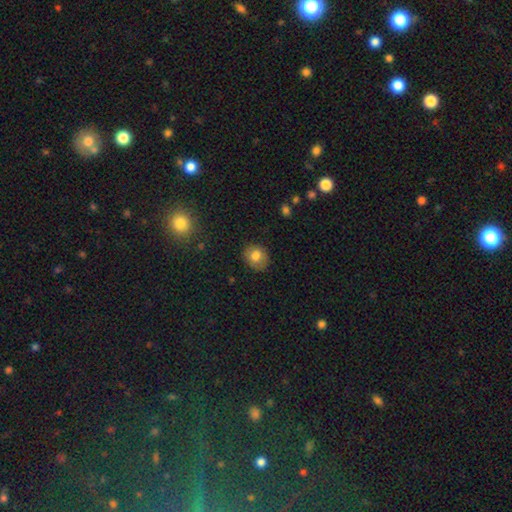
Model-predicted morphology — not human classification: smooth_or_featured: smooth (p=0.79) [alt: featured or disk p=0.12]
how_rounded: round (p=0.60) [alt: in between p=0.39]
merging: none (p=0.80) [alt: minor disturbance p=0.15]